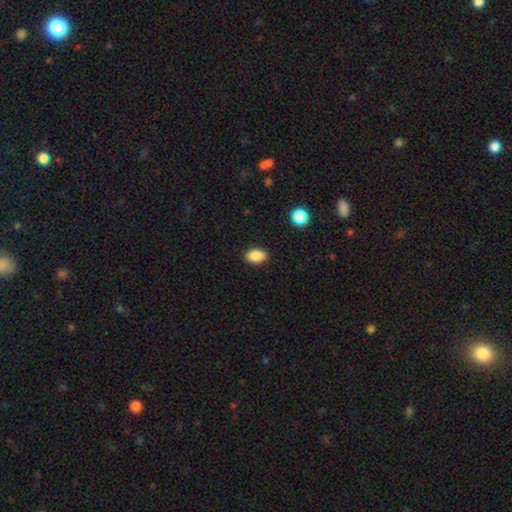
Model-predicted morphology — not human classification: Q: Smooth or featured?
A: smooth (87%); runner-up: star or artifact (9%)
Q: How rounded?
A: in between (83%); runner-up: round (16%)
Q: Merging?
A: none (89%); runner-up: minor disturbance (8%)